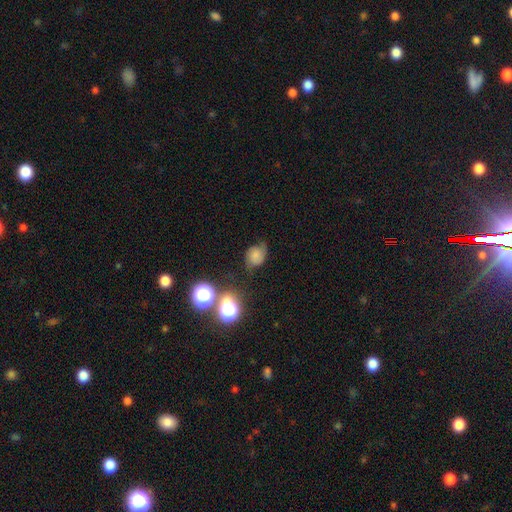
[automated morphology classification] Overall: smooth (54%; featured or disk 29%). How rounded: round (57%; in between 42%). Merging: none (53%; minor disturbance 30%).